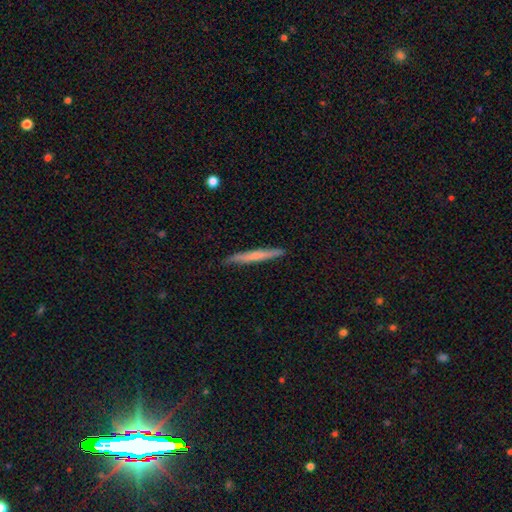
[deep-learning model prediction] A smooth galaxy with no disk features (58%) that is cigar-shaped (96%).

Vote fractions:
- Smooth or featured? smooth: 58% / featured or disk: 37% / star or artifact: 5%
- How rounded? cigar-shaped: 96% / in between: 2% / round: 1%
- Merging? none: 88% / minor disturbance: 9% / major disturbance: 2% / merger: 1%